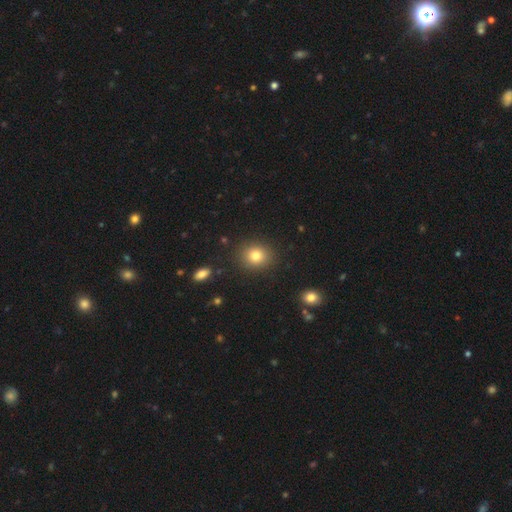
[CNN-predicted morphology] The model was most divided on "how rounded": round: 73%, in between: 26%, cigar-shaped: 1%. More confident: merging — none (88%); smooth or featured — smooth (81%).